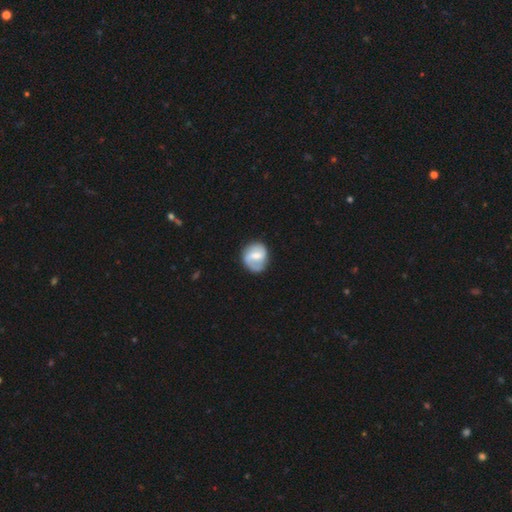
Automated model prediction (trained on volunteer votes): Q: Smooth or featured?
A: featured or disk (62%); runner-up: smooth (33%)
Q: Edge-on disk?
A: no (97%); runner-up: yes (3%)
Q: Bar?
A: weak (51%); runner-up: strong (32%)
Q: Spiral arms?
A: yes (82%); runner-up: no (18%)
Q: Bulge size?
A: moderate (45%); runner-up: small (39%)
Q: Merging?
A: none (77%); runner-up: minor disturbance (16%)